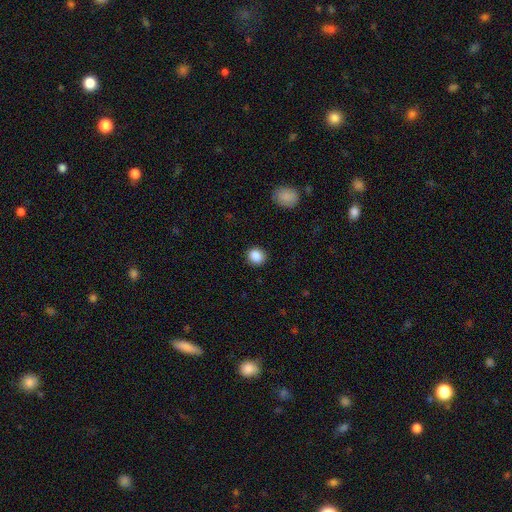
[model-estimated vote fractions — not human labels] Smooth or featured? Predicted: smooth (p=0.87). How rounded? Predicted: round (p=0.84). Merging? Predicted: none (p=0.91).